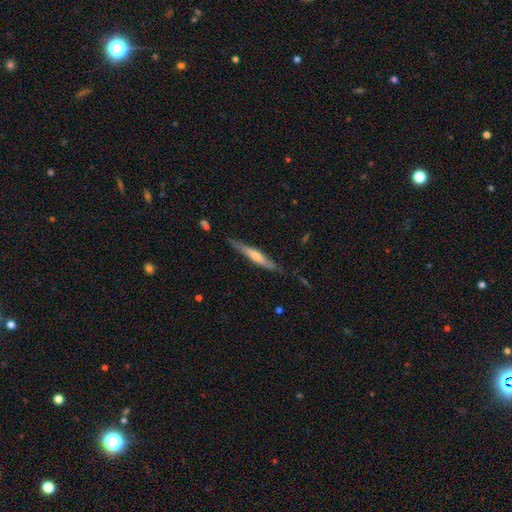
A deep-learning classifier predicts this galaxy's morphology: featured or disk 60%, smooth 33%, star or artifact 6%. Down the decision tree: edge-on disk — yes (91%); edge-on bulge — rounded (58%); merging — none (75%).